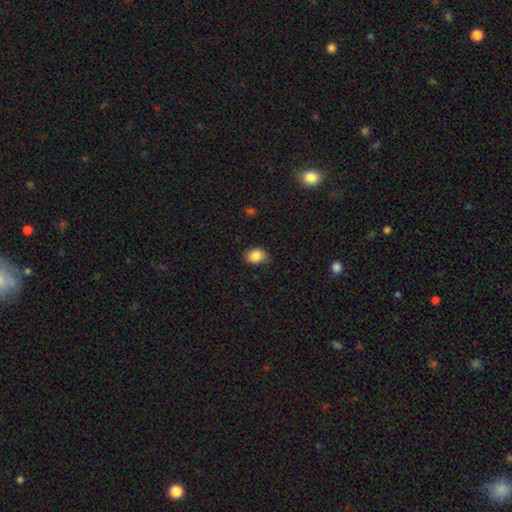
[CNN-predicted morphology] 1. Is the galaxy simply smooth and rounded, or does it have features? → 86% smooth, 9% star or artifact, 5% featured or disk.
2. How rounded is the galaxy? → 68% in between, 31% round, 1% cigar-shaped.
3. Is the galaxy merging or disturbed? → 74% none, 21% minor disturbance, 4% major disturbance, 1% merger.